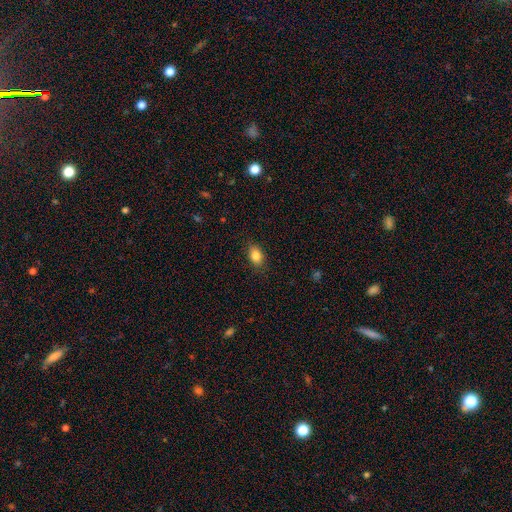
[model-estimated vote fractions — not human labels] Morphology: type=smooth (84%); roundness=in between (85%); merging=none (86%).